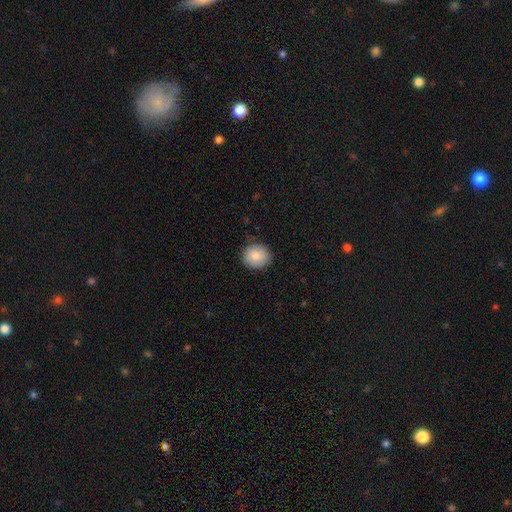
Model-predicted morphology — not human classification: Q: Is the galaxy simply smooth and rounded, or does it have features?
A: smooth — 83%.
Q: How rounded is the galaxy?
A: round — 78%.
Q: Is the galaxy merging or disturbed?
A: none — 84%.